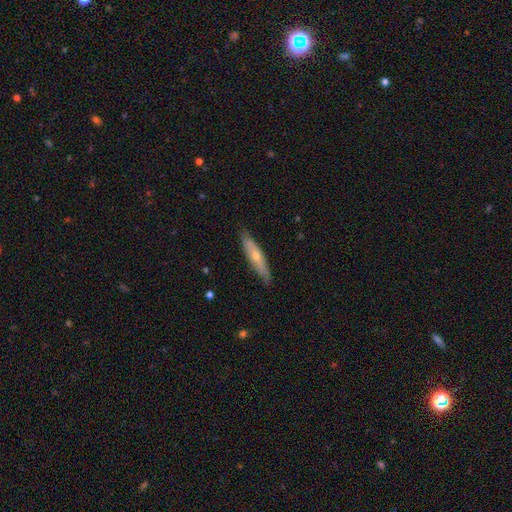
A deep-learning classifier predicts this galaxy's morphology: Smooth or featured? featured or disk (53%)
Edge-on disk? yes (76%)
Merging? none (85%)